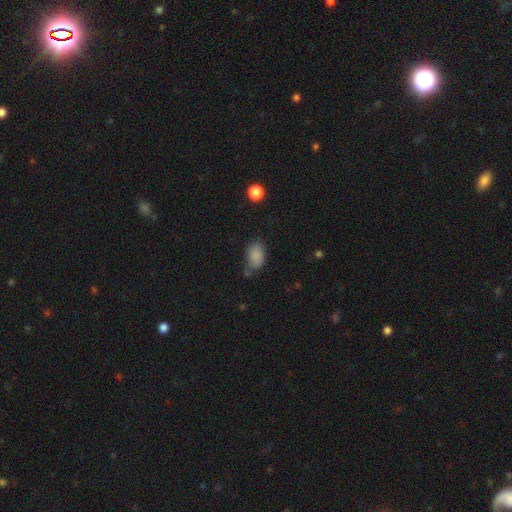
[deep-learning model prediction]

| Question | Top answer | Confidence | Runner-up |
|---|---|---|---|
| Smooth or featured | smooth | 86% | star or artifact (9%) |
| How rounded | in between | 89% | round (9%) |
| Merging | none | 65% | minor disturbance (23%) |